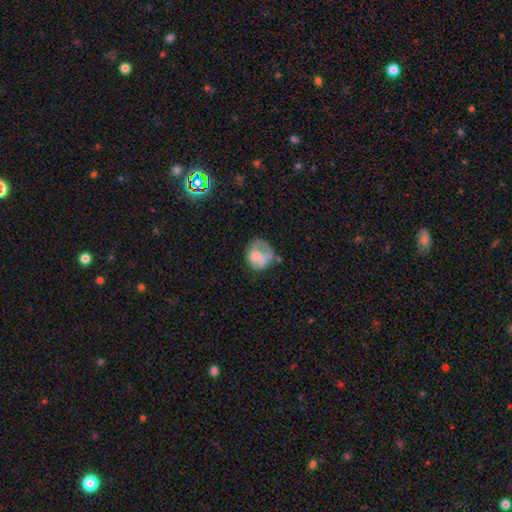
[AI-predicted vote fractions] Smooth or featured: smooth — 55% (featured or disk — 34%)
How rounded: round — 64% (in between — 35%)
Merging: none — 38% (minor disturbance — 28%)